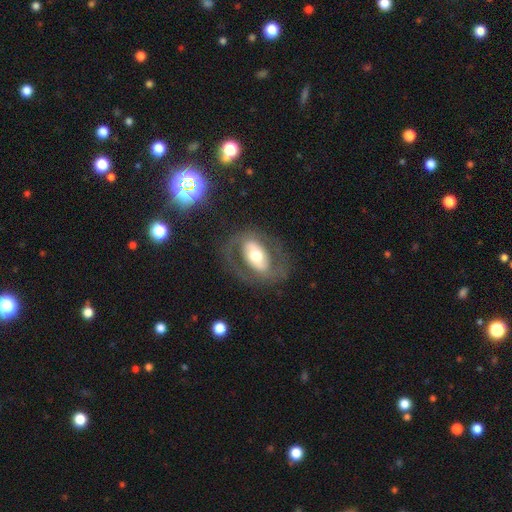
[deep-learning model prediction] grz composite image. It shows a featured or disk galaxy (68%) with no bar (39%), spiral arms (54%) and a moderate central bulge (61%). Merging: none (73%).